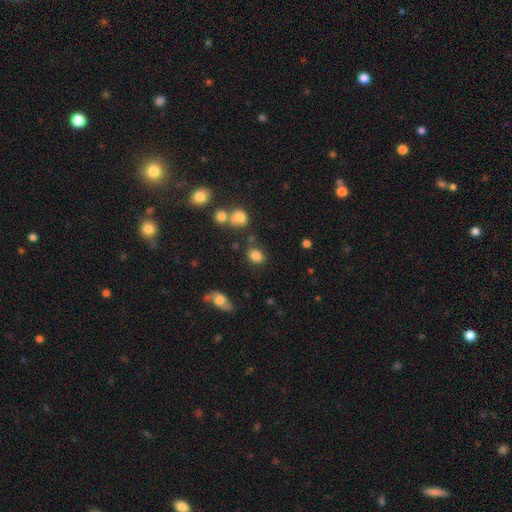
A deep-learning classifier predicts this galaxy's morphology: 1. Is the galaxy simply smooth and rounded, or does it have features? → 82% smooth, 11% star or artifact, 7% featured or disk.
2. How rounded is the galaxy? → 53% in between, 46% round, 1% cigar-shaped.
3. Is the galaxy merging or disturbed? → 76% none, 13% minor disturbance, 6% merger, 4% major disturbance.